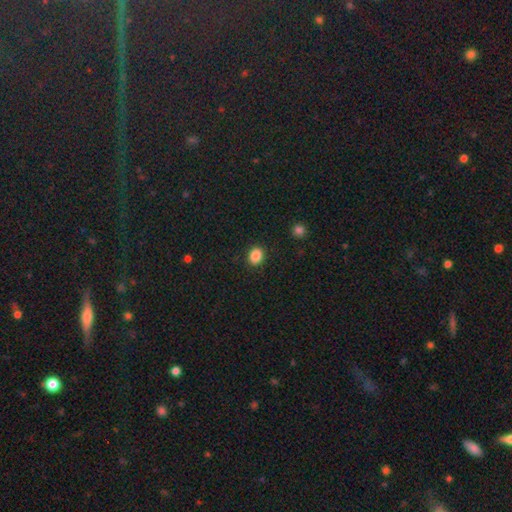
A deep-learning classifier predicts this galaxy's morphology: This is clearly a smooth galaxy (86%). How rounded: possibly in between (50%). Merging: clearly none (89%).